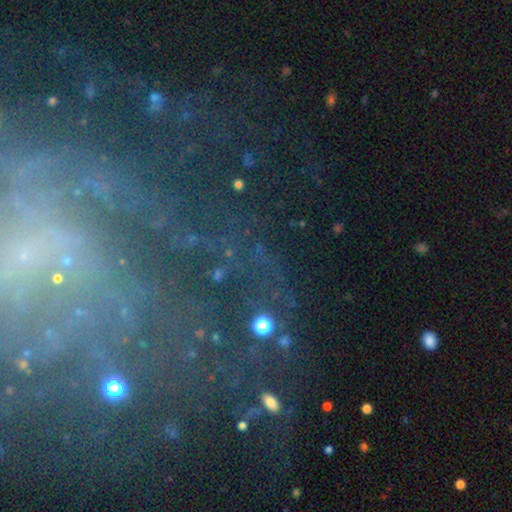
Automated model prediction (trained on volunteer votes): This appears to be a star or artifact, not a galaxy (44%).